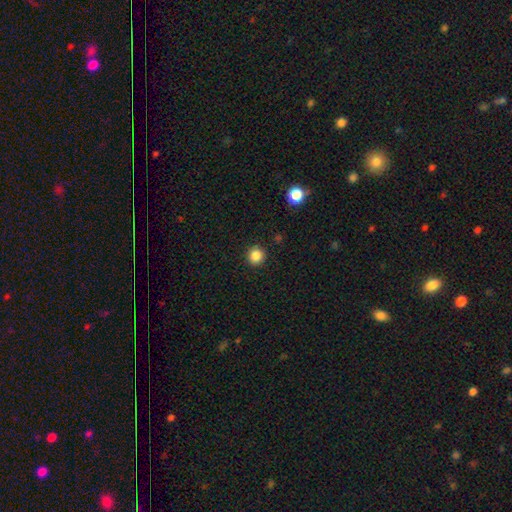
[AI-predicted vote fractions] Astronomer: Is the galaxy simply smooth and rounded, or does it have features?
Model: smooth — 85%.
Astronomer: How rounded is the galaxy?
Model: round — 92%.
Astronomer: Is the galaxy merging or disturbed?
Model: none — 92%.